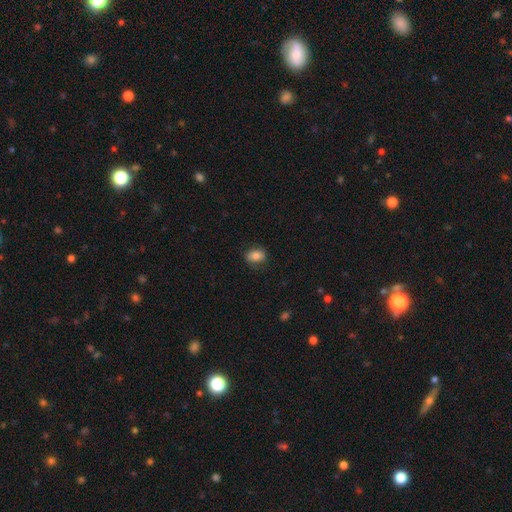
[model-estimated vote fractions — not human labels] Morphology: type=smooth (81%); roundness=in between (74%); merging=none (77%).